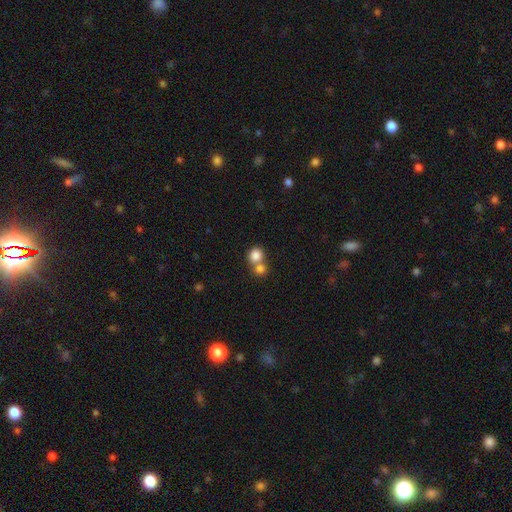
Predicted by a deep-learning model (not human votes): The model was most divided on "merging": merger: 53%, none: 39%, minor disturbance: 6%, major disturbance: 3%. More confident: smooth or featured — smooth (82%); how rounded — round (82%).